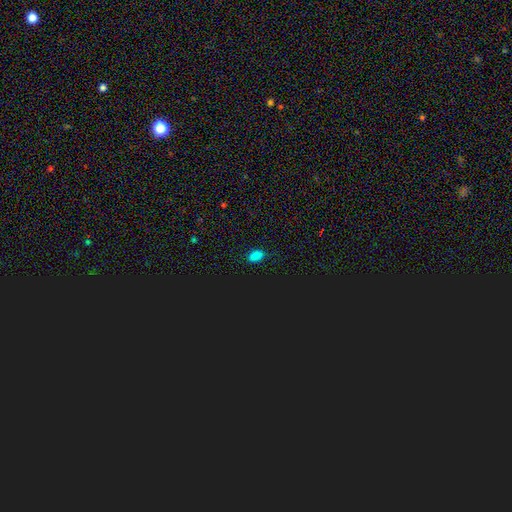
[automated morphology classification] Smooth or featured: smooth — 76% (star or artifact — 21%)
How rounded: in between — 91% (round — 6%)
Merging: none — 84% (minor disturbance — 12%)